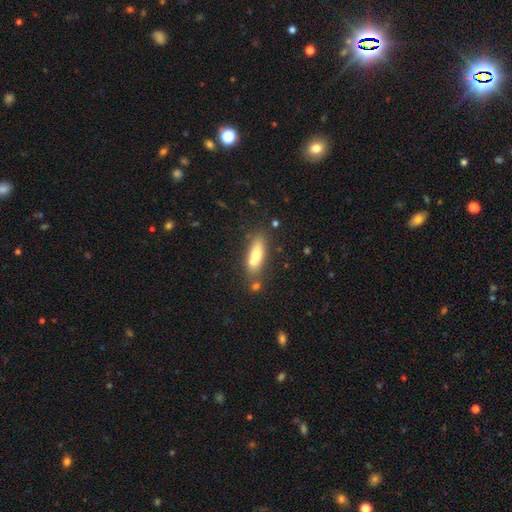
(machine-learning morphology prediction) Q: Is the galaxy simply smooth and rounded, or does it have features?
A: smooth — 70%.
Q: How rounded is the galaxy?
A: in between — 55%.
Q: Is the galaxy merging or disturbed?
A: none — 63%.